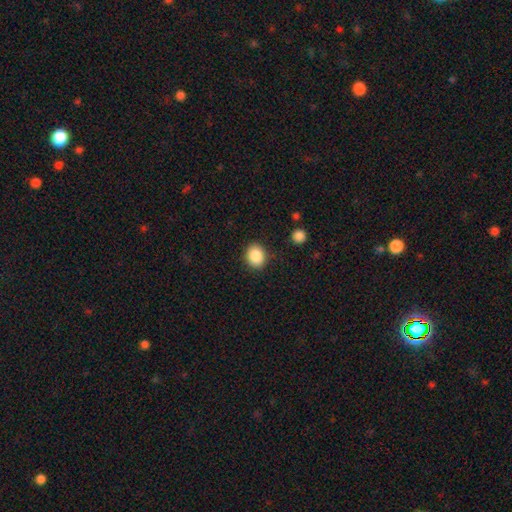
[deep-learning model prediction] This appears to be a smooth galaxy with no disk features (87%) that is round (56%). Merging: none (87%).